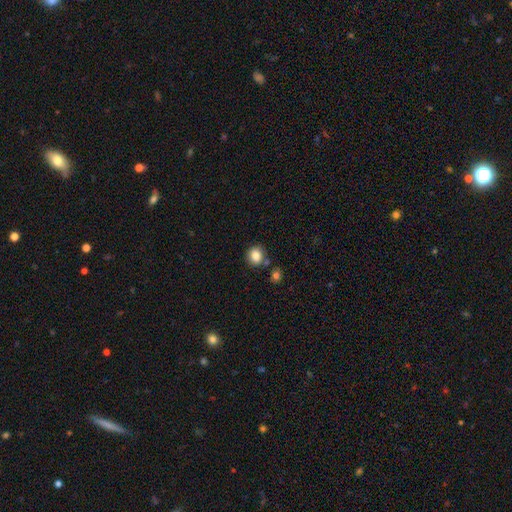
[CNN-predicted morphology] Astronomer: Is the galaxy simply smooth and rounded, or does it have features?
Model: smooth — 84%.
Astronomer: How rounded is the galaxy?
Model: round — 76%.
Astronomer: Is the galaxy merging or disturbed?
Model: none — 74%.